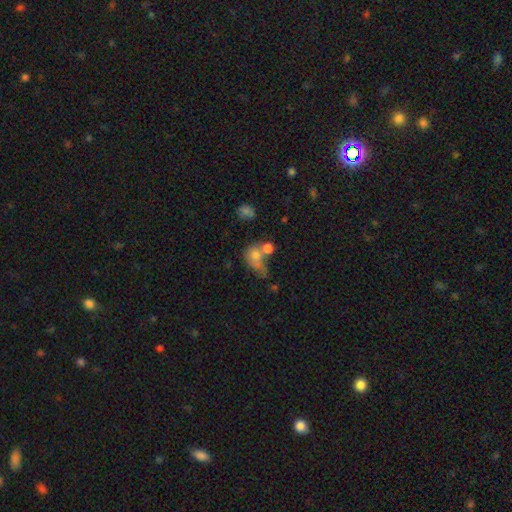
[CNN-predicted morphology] type=smooth (65%); roundness=in between (49%); merging=merger (40%).